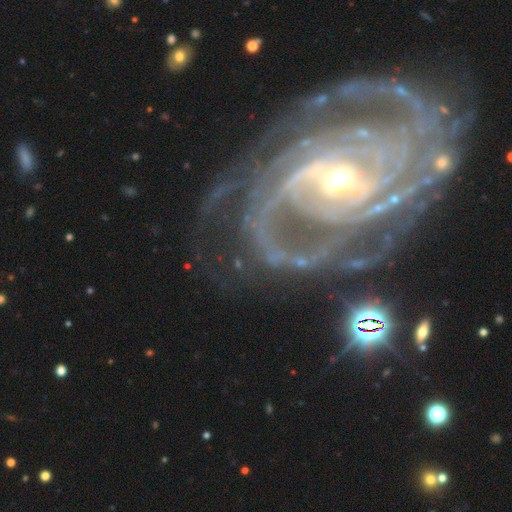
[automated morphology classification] The model was most divided on "spiral arm count": 2: 28%, can't tell: 24%, 3: 18%, 4: 11%, more than 4: 11%, 1: 9%. Remaining: edge-on disk — no (96%); spiral arms — yes (94%); smooth or featured — featured or disk (88%); merging — none (56%); spiral winding — tight (53%); bulge size — moderate (51%); bar — strong (38%).